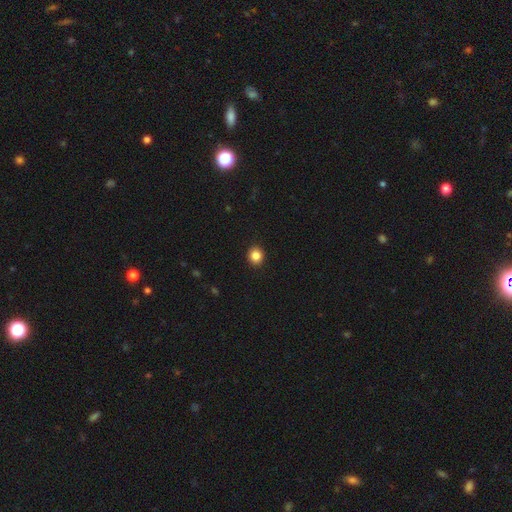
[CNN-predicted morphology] Smooth or featured? Predicted: smooth (p=0.86). How rounded? Predicted: round (p=0.86). Merging? Predicted: none (p=0.92).